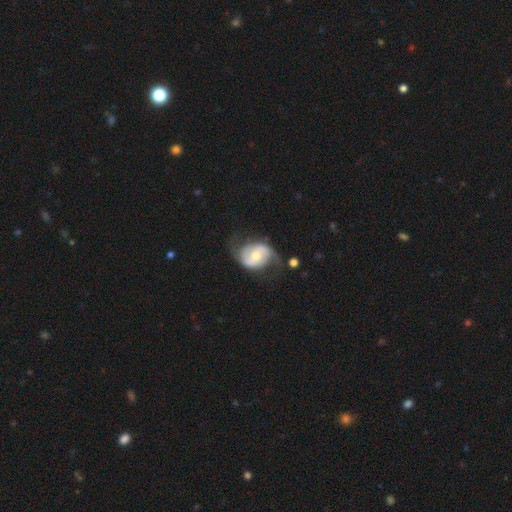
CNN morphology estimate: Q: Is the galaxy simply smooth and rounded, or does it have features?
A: featured or disk — 72%.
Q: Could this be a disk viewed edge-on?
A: no — 97%.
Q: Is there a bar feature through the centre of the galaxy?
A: no — 50%.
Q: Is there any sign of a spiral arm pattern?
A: yes — 85%.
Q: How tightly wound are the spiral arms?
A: loose — 42%.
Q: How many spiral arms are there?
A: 2 — 86%.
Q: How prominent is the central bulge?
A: moderate — 63%.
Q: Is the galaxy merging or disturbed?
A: none — 56%.